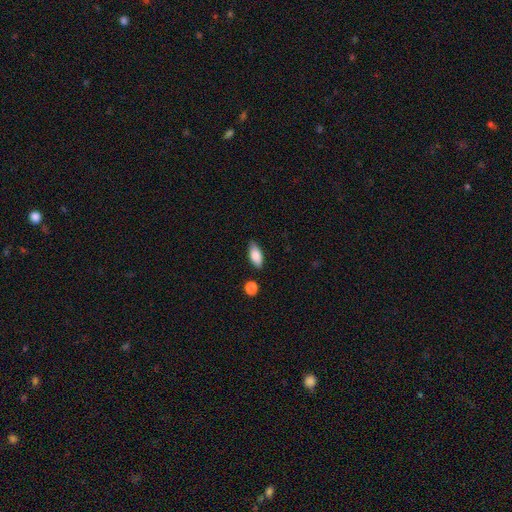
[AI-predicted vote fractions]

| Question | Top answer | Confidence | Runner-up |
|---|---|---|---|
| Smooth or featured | smooth | 85% | featured or disk (8%) |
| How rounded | in between | 87% | cigar-shaped (10%) |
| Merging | none | 81% | minor disturbance (14%) |